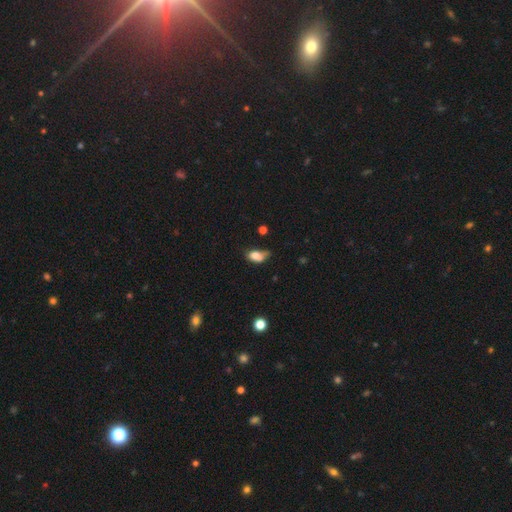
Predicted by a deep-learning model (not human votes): Smooth or featured? smooth (73%)
How rounded? in between (81%)
Merging? minor disturbance (37%)